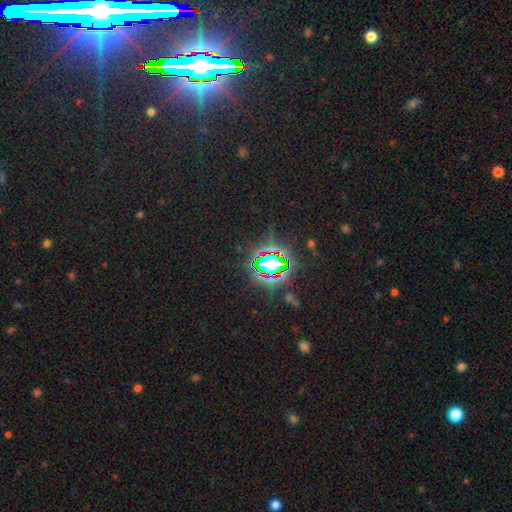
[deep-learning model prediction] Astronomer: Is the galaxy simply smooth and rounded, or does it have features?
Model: star or artifact — 81%.